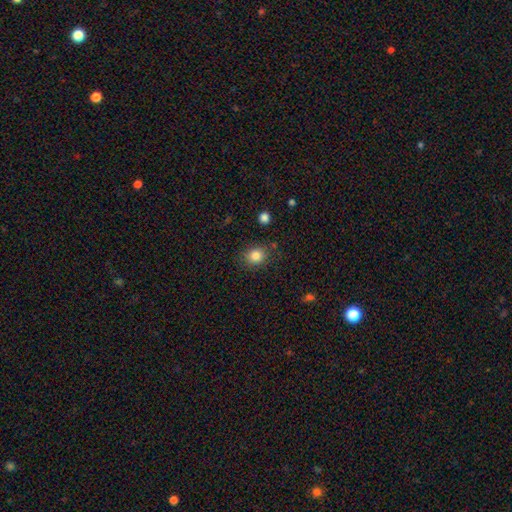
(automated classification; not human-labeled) The model was most divided on "how rounded": round: 67%, in between: 32%, cigar-shaped: 1%. More confident: smooth or featured — smooth (84%); merging — none (82%).